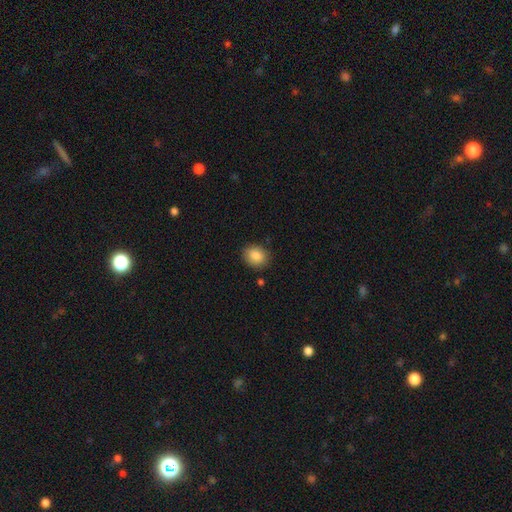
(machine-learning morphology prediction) Smooth or featured: smooth — 87% (star or artifact — 9%)
How rounded: round — 55% (in between — 44%)
Merging: none — 86% (minor disturbance — 10%)